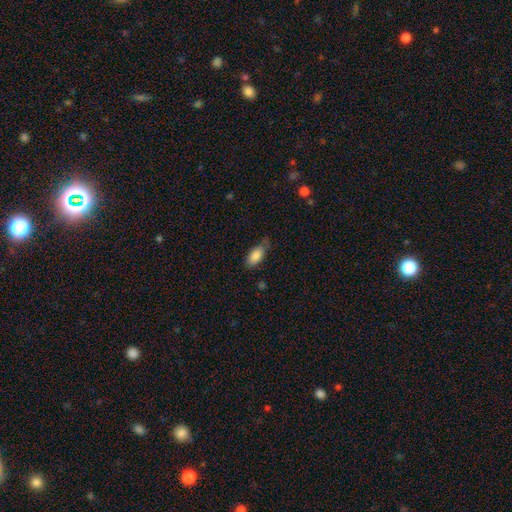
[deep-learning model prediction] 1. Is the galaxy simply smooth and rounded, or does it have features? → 84% smooth, 9% featured or disk, 7% star or artifact.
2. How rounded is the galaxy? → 89% in between, 8% cigar-shaped, 3% round.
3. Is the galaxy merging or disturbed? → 55% none, 34% minor disturbance, 9% major disturbance, 3% merger.